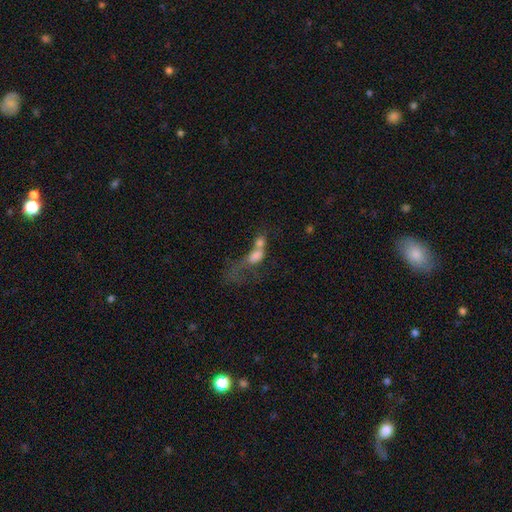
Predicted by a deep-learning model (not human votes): The model was most divided on "smooth or featured": smooth: 58%, featured or disk: 29%, star or artifact: 13%. More confident: how rounded — in between (63%); merging — merger (63%).